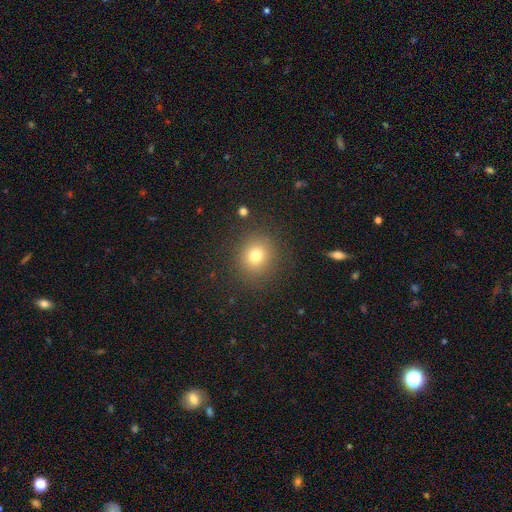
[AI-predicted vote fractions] smooth_or_featured: smooth (p=0.77) [alt: star or artifact p=0.14]
how_rounded: round (p=0.85) [alt: in between p=0.15]
merging: none (p=0.88) [alt: minor disturbance p=0.08]